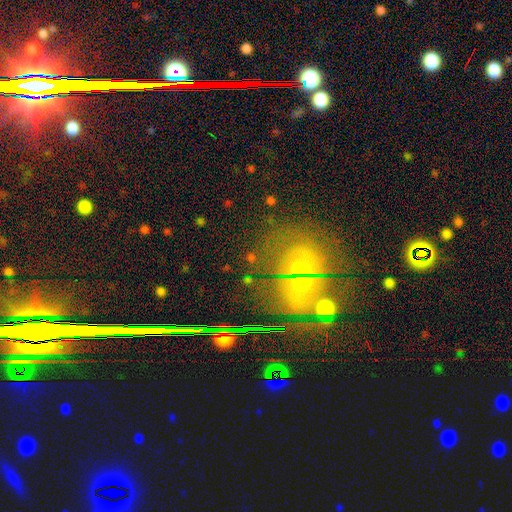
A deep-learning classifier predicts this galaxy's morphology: Smooth or featured?
  - star or artifact: 41% *
  - featured or disk: 33%
  - smooth: 25%